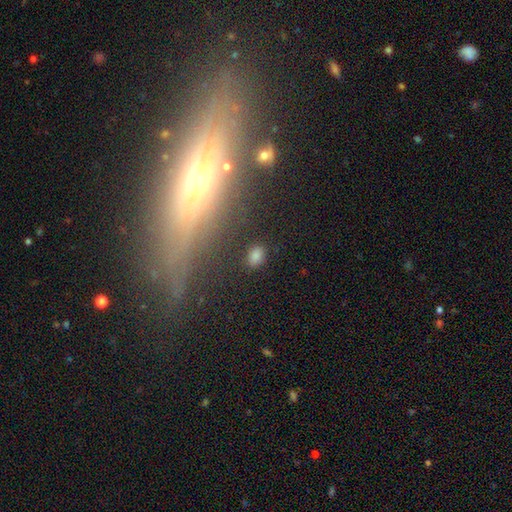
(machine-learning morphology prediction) Q: Smooth or featured?
A: smooth (81%); runner-up: star or artifact (14%)
Q: How rounded?
A: in between (76%); runner-up: round (23%)
Q: Merging?
A: none (85%); runner-up: minor disturbance (10%)